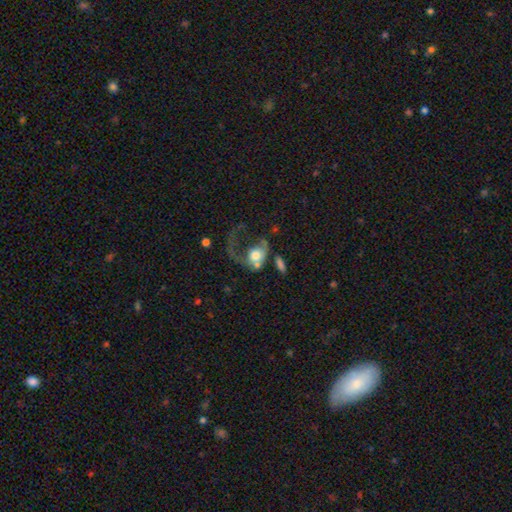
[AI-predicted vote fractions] This is possibly a smooth galaxy (49%). Merging: possibly major disturbance (56%).